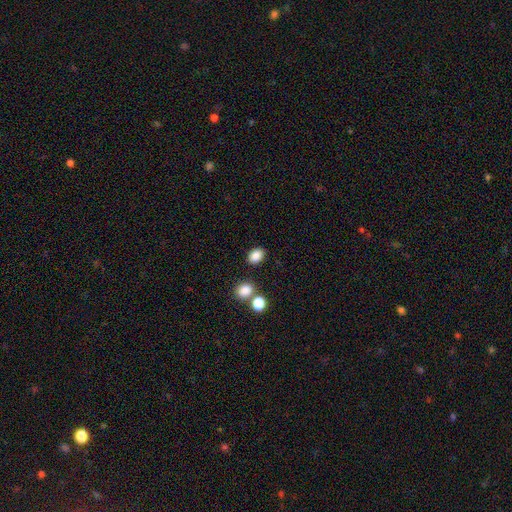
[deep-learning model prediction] Smooth or featured?
  - smooth: 86% *
  - star or artifact: 10%
  - featured or disk: 5%
How rounded?
  - in between: 72% *
  - round: 27%
  - cigar-shaped: 1%
Merging?
  - none: 81% *
  - minor disturbance: 9%
  - merger: 7%
  - major disturbance: 3%